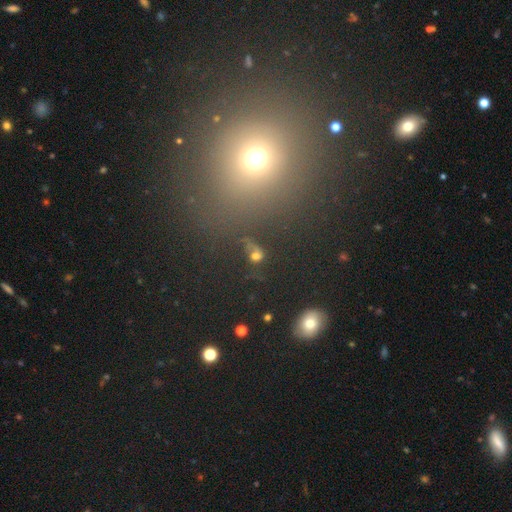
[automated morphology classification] smooth-or-featured: smooth: 50% | star or artifact: 29% | featured or disk: 21%
  merging: none: 39% | major disturbance: 26% | merger: 19% | minor disturbance: 17%